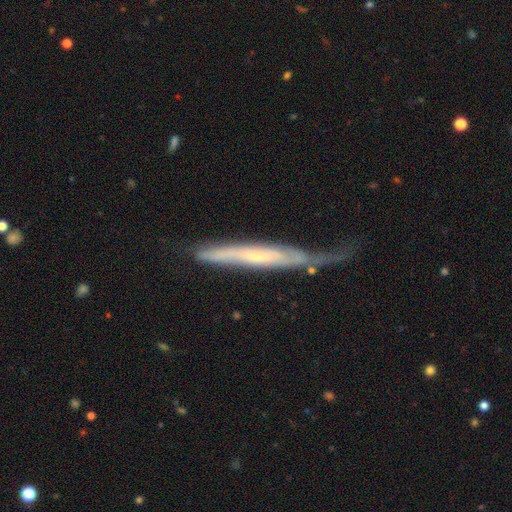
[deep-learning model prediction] Morphology: type=featured or disk (64%); edge-on=yes (78%); merging=none (41%).